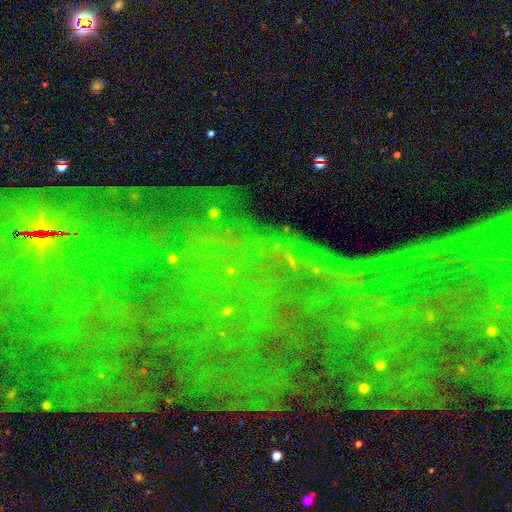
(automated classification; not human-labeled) Smooth or featured: star or artifact — 78% (featured or disk — 13%)